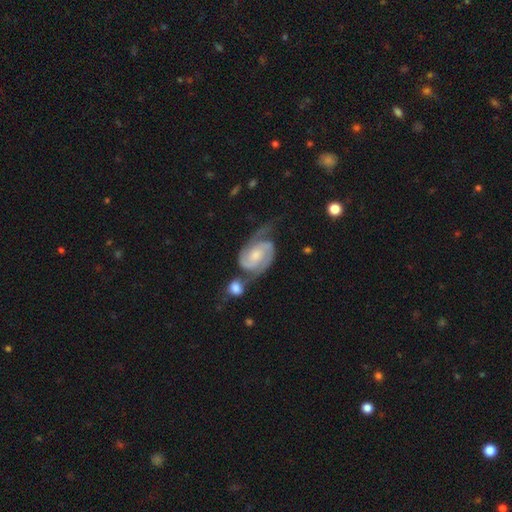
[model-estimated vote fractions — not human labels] A featured or disk galaxy (89%) with no bar (53%), 2 (90%) medium (47%) spiral arms (98%) and a moderate central bulge (46%). Merging: none (42%).